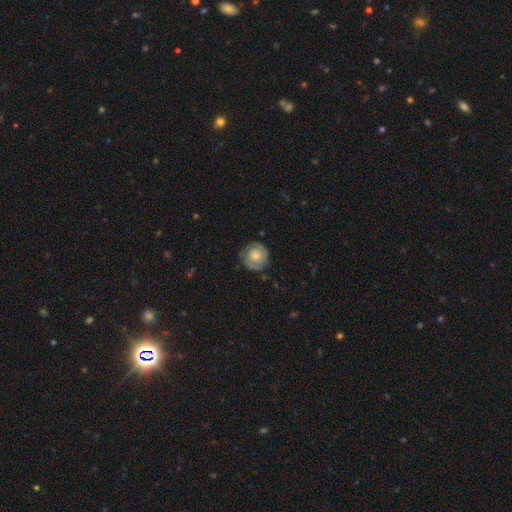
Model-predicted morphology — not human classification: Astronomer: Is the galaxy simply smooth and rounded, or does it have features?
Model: featured or disk — 50% (runner-up: smooth, 43%).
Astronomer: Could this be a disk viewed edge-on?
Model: no — 97%.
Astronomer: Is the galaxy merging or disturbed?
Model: none — 79%.